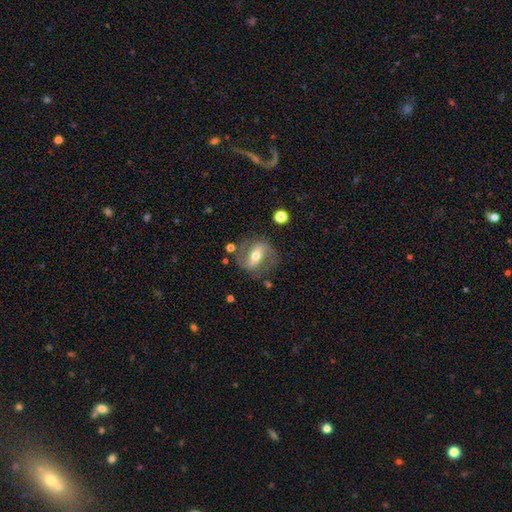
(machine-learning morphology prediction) featured or disk 73%, smooth 20%, star or artifact 7%. Down the decision tree: edge-on disk — no (92%); bar — strong (55%); spiral arms — yes (78%); spiral arm count — 2 (85%); spiral winding — medium (46%); bulge size — moderate (68%); merging — none (74%).